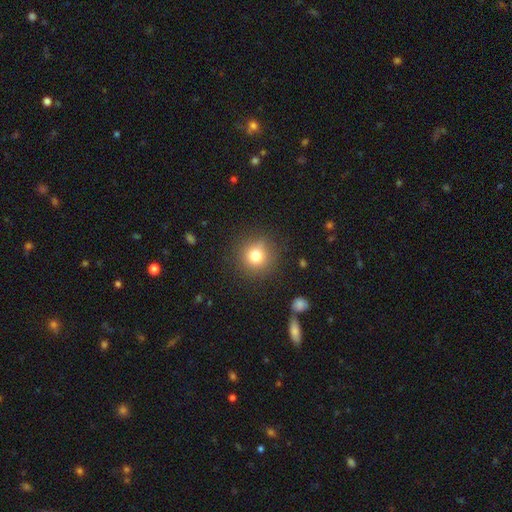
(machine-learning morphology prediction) Overall: smooth (79%). How rounded: round (92%). Merging: none (86%).